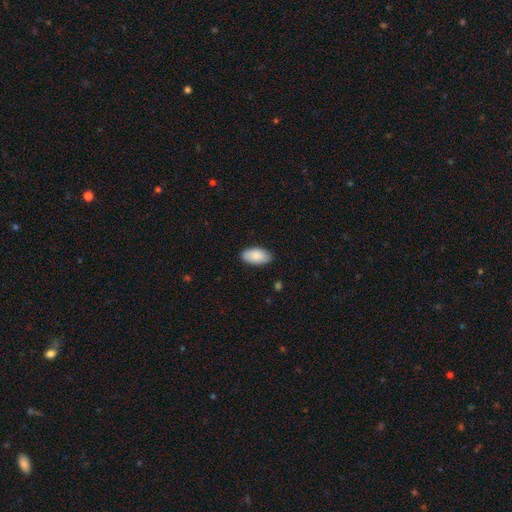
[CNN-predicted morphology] The model was most divided on "merging": none: 88%, minor disturbance: 9%, major disturbance: 2%, merger: 1%. More confident: how rounded — in between (96%); smooth or featured — smooth (89%).